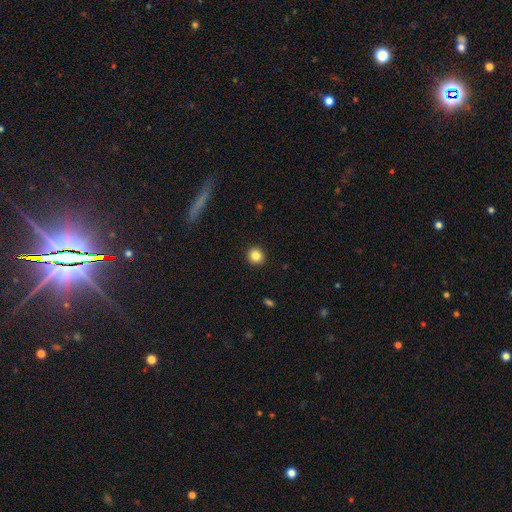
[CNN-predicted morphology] smooth-or-featured: smooth: 85% | star or artifact: 10% | featured or disk: 5%
  how-rounded: round: 91% | in between: 8% | cigar-shaped: 1%
  merging: none: 92% | minor disturbance: 5% | major disturbance: 2% | merger: 1%